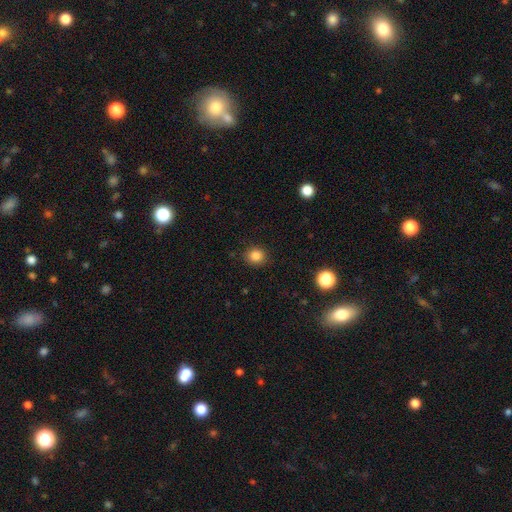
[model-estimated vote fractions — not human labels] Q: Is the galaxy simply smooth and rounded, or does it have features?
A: smooth — 84%.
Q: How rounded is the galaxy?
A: round — 83%.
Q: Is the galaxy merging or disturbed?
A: none — 89%.